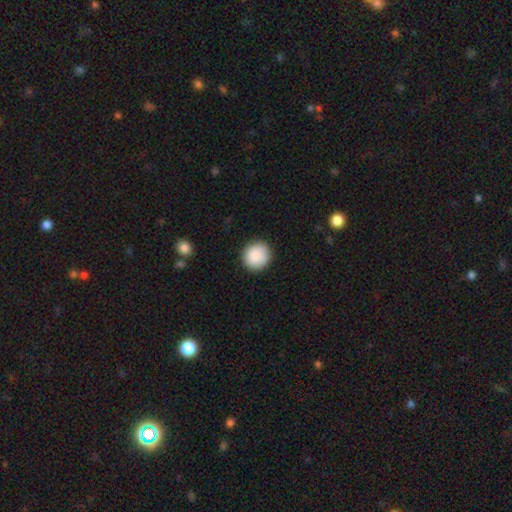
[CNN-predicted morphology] Smooth or featured? smooth (89%)
How rounded? round (91%)
Merging? none (89%)